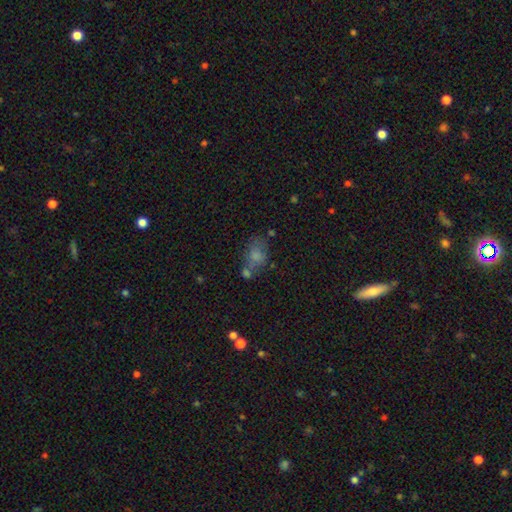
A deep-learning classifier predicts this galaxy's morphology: type=smooth (70%); roundness=in between (79%); merging=none (38%).